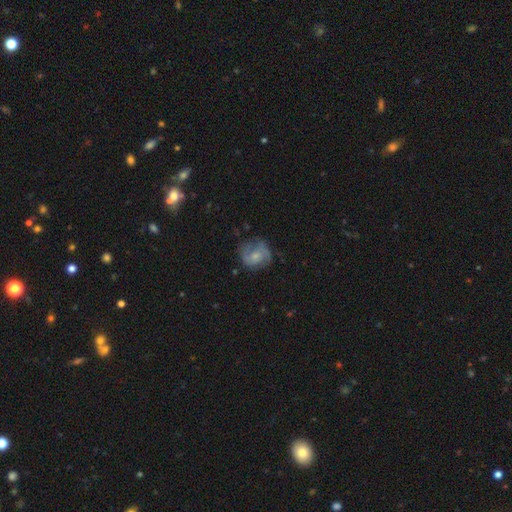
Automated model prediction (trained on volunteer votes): Smooth or featured? Predicted: featured or disk (p=0.60). Edge-on disk? Predicted: no (p=0.98). Bar? Predicted: no (p=0.63). Spiral arms? Predicted: yes (p=0.84). Bulge size? Predicted: small (p=0.51). Merging? Predicted: none (p=0.61).